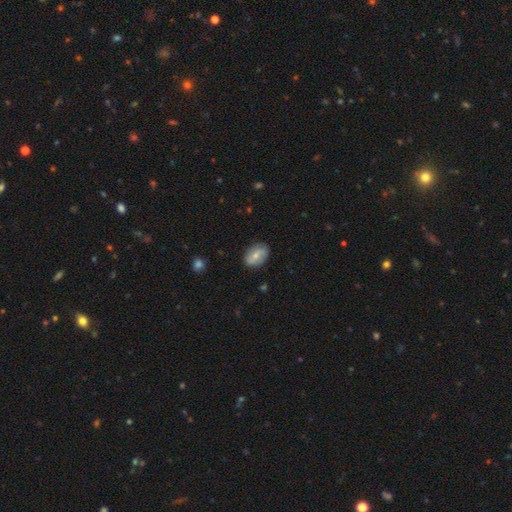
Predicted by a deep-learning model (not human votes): A smooth galaxy with no disk features (56%) that is in between round and cigar-shaped (82%). Merging: none (81%).